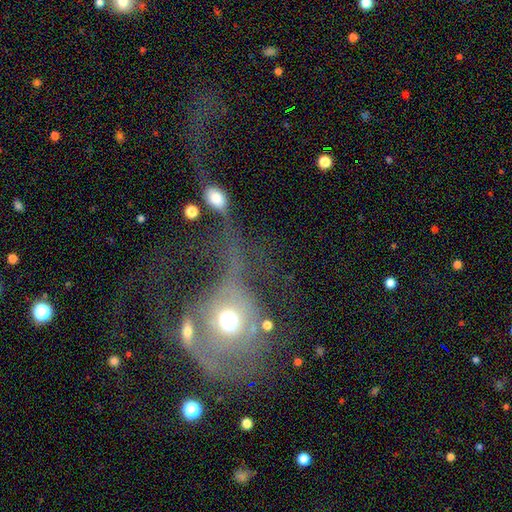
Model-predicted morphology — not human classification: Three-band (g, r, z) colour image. It shows a featured or disk galaxy (49%). Merging: major disturbance (47%).